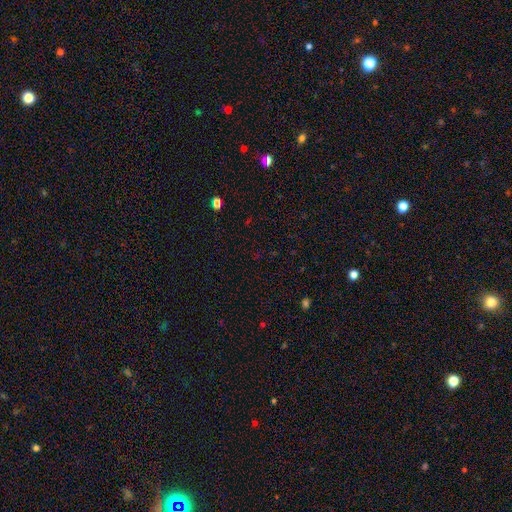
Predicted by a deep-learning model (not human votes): Smooth or featured?
  - star or artifact: 63% *
  - smooth: 29%
  - featured or disk: 7%